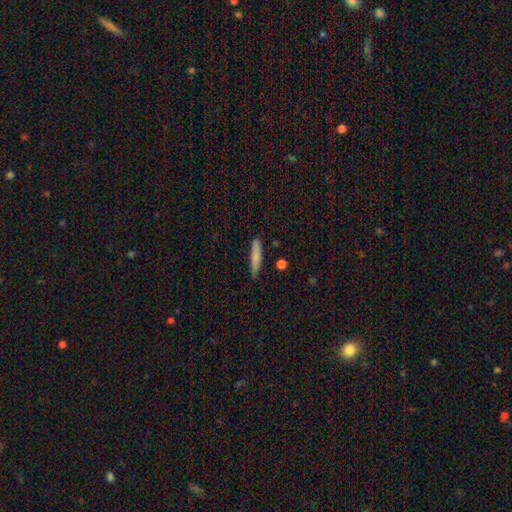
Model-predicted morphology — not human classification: type=smooth (79%); roundness=cigar-shaped (87%); merging=none (79%).